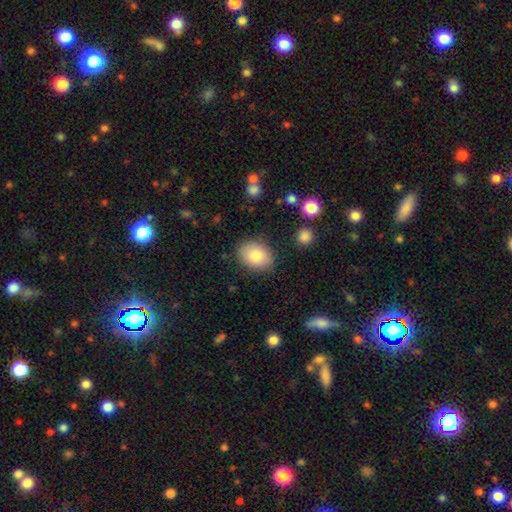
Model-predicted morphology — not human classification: A smooth galaxy with no disk features (83%) that is in between round and cigar-shaped (65%).

Vote fractions:
- Smooth or featured? smooth: 83% / featured or disk: 9% / star or artifact: 7%
- How rounded? in between: 65% / round: 34% / cigar-shaped: 1%
- Merging? none: 83% / minor disturbance: 12% / major disturbance: 3% / merger: 2%